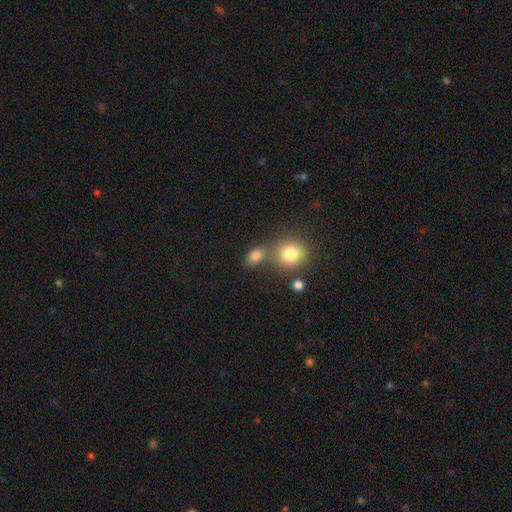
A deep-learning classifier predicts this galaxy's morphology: A smooth galaxy with no disk features (80%) that is in between round and cigar-shaped (70%). Merging: none (58%).